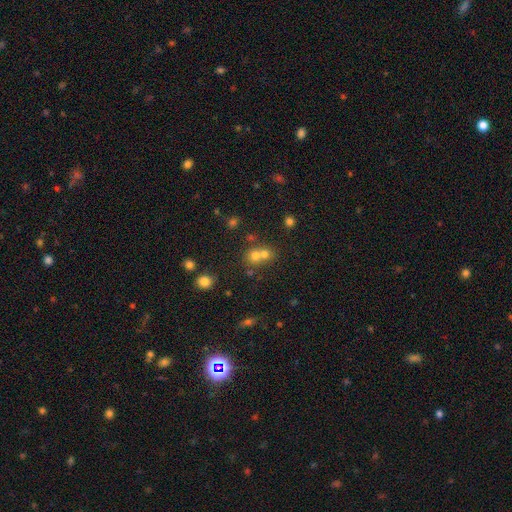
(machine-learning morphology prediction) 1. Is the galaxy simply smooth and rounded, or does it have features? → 69% smooth, 18% star or artifact, 13% featured or disk.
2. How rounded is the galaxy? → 83% round, 16% in between, 1% cigar-shaped.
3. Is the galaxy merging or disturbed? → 53% merger, 39% none, 6% minor disturbance, 3% major disturbance.